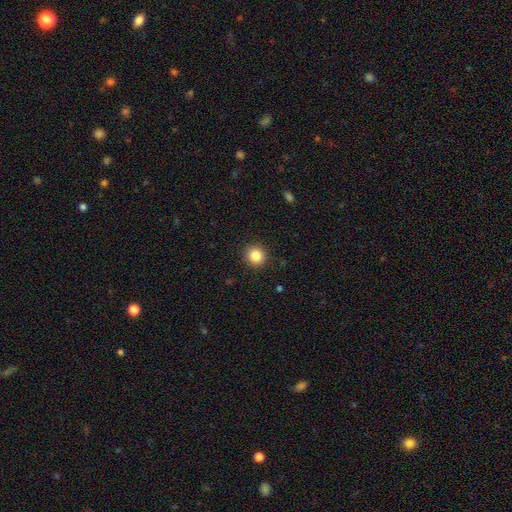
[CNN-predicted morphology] A smooth galaxy with no disk features (86%) that is round (93%). Merging: none (91%).